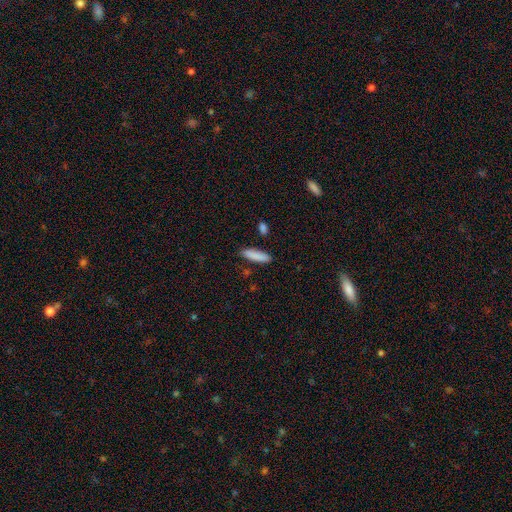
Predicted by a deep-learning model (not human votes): This is clearly a smooth galaxy (88%). How rounded: likely cigar-shaped (64%). Merging: clearly none (85%).